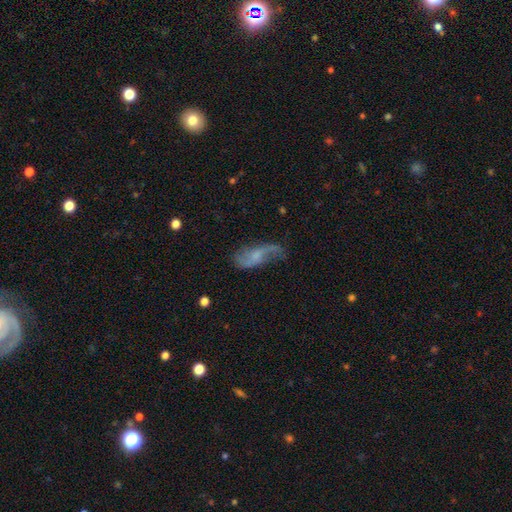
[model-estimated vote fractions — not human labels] The model was most divided on "bar": no: 54%, weak: 38%, strong: 8%. Remaining: edge-on disk — no (91%); spiral arms — yes (89%); spiral arm count — 2 (87%); spiral winding — loose (79%); smooth or featured — featured or disk (70%); merging — none (59%); bulge size — small (45%).